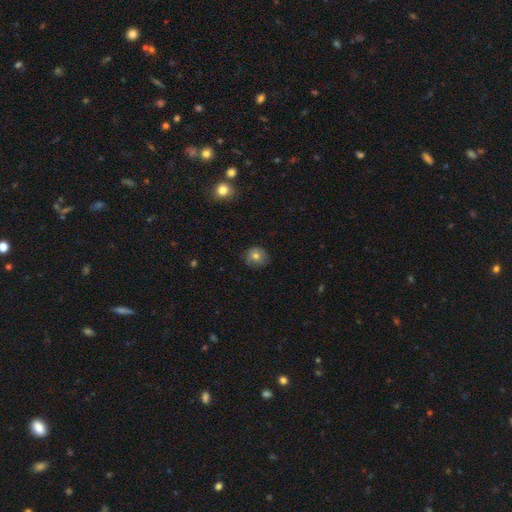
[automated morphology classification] smooth_or_featured: smooth (p=0.75) [alt: featured or disk p=0.15]
how_rounded: round (p=0.78) [alt: in between p=0.21]
merging: none (p=0.79) [alt: minor disturbance p=0.17]